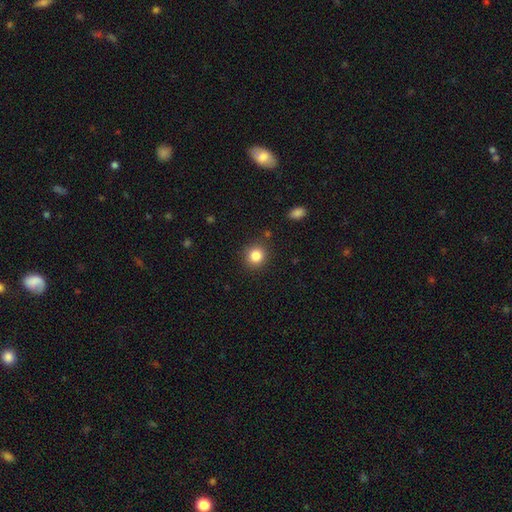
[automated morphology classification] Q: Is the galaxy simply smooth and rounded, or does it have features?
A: smooth — 84%.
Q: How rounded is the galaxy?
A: round — 87%.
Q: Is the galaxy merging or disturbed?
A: none — 87%.